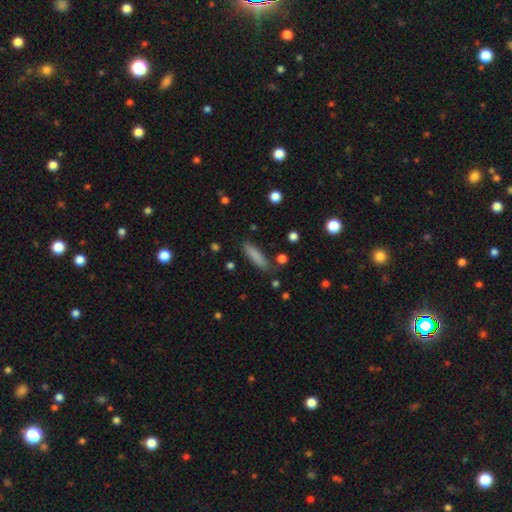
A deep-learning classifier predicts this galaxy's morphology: smooth-or-featured: smooth: 84% | featured or disk: 8% | star or artifact: 8%
  how-rounded: cigar-shaped: 71% | in between: 27% | round: 2%
  merging: none: 82% | minor disturbance: 12% | major disturbance: 3% | merger: 3%